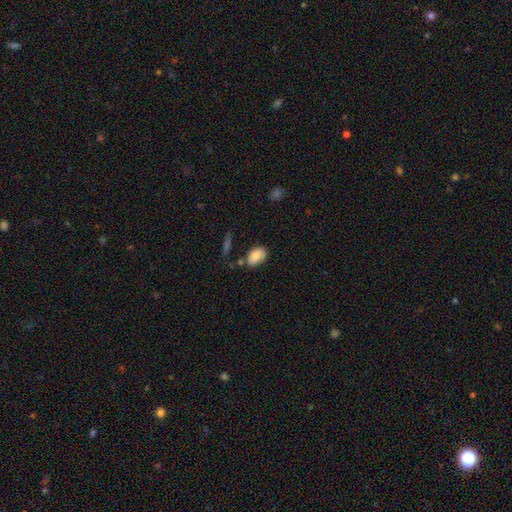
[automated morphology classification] Overall: smooth (83%). How rounded: in between (88%). Merging: none (68%).